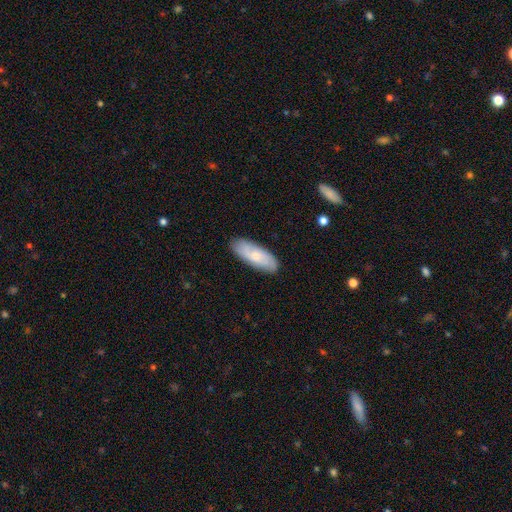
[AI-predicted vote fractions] Morphology: type=smooth (67%); roundness=in between (69%); merging=none (85%).